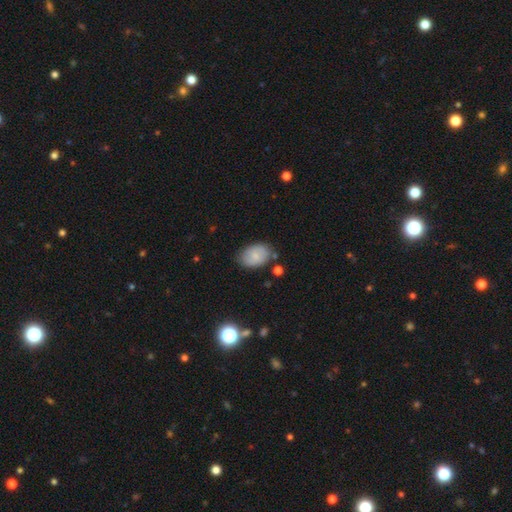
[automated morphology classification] A smooth galaxy with no disk features (76%) that is in between round and cigar-shaped (86%). Merging: none (75%).